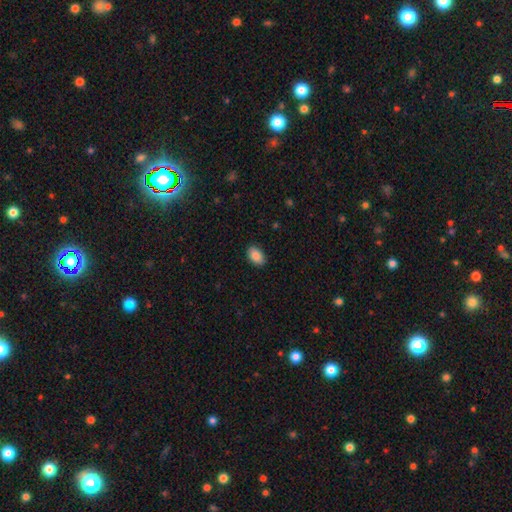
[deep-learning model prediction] Overall: smooth (87%). How rounded: in between (89%). Merging: none (88%).